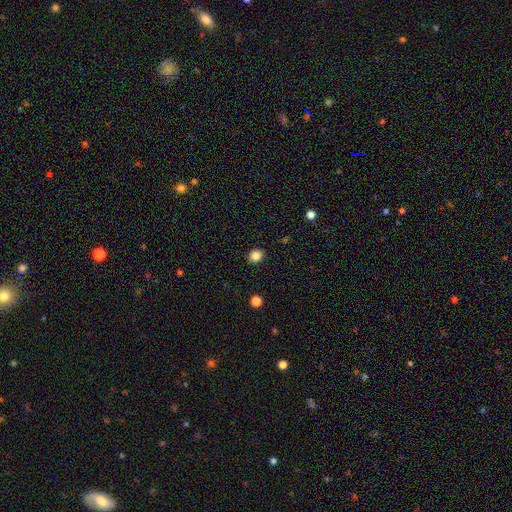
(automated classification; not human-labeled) smooth-or-featured: smooth: 85% | star or artifact: 11% | featured or disk: 4%
  how-rounded: round: 63% | in between: 36% | cigar-shaped: 1%
  merging: none: 91% | minor disturbance: 6% | major disturbance: 2% | merger: 1%